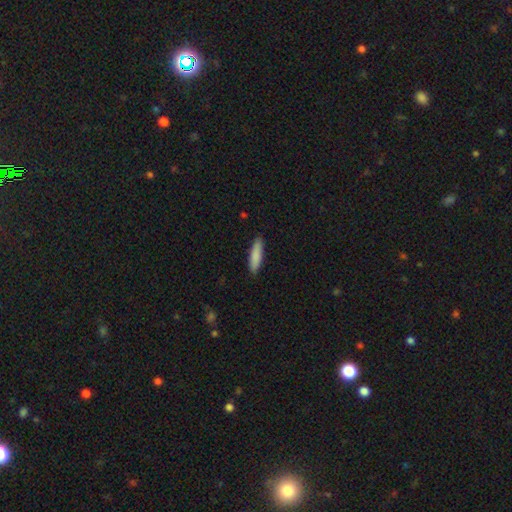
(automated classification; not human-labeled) Smooth or featured?
  - smooth: 87% *
  - featured or disk: 8%
  - star or artifact: 5%
How rounded?
  - cigar-shaped: 74% *
  - in between: 25%
  - round: 1%
Merging?
  - none: 89% *
  - minor disturbance: 9%
  - major disturbance: 2%
  - merger: 1%